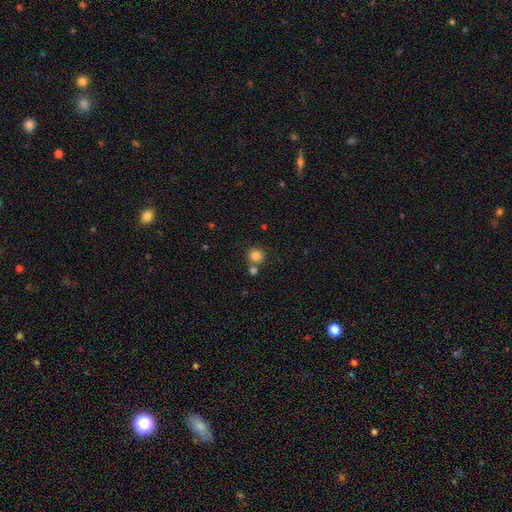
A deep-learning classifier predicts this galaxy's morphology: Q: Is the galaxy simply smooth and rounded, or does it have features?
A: smooth — 84%.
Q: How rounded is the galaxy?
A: round — 92%.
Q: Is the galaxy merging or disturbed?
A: none — 67%.